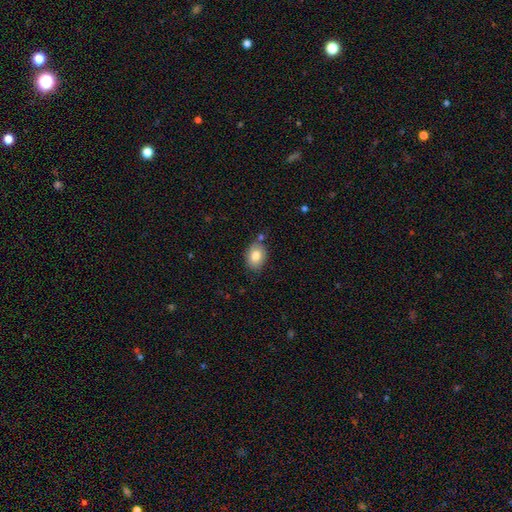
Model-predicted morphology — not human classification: This appears to be a smooth galaxy with no disk features (81%) that is in between round and cigar-shaped (71%). Merging: none (75%).